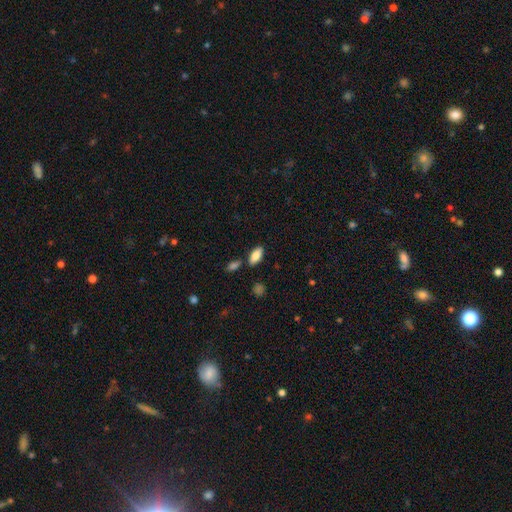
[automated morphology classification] Smooth or featured?
  - smooth: 81% *
  - featured or disk: 12%
  - star or artifact: 7%
How rounded?
  - in between: 88% *
  - cigar-shaped: 10%
  - round: 2%
Merging?
  - none: 80% *
  - minor disturbance: 11%
  - merger: 6%
  - major disturbance: 2%